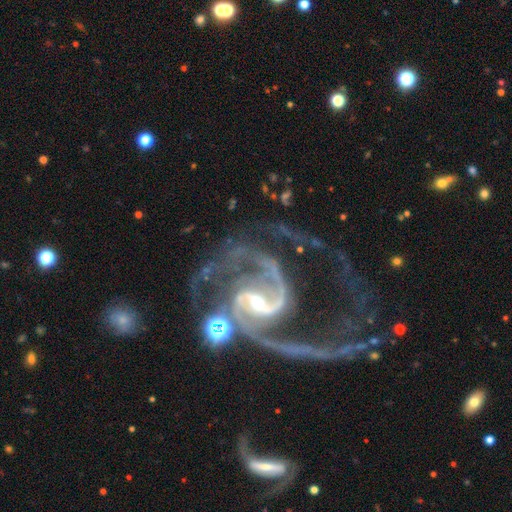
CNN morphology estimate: This is clearly a featured or disk galaxy (93%). It is clearly not viewed edge-on (98%). Bar: marginally weak (41%). Spiral arm pattern: clearly yes (98%). Spiral arm count: likely 2 (76%). Spiral winding: possibly medium (54%). Central bulge: likely small (67%). Merging: marginally major disturbance (39%).